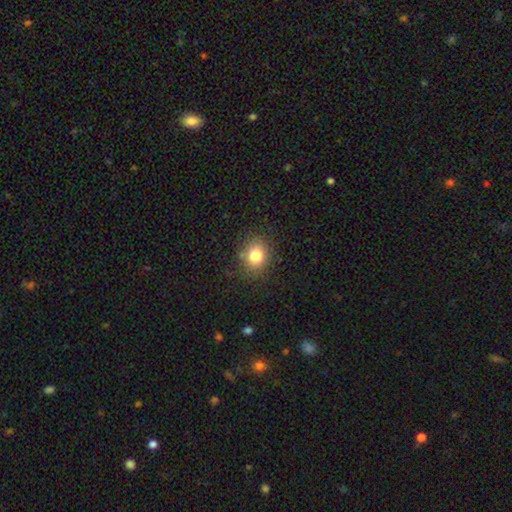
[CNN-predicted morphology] Smooth or featured? Predicted: smooth (p=0.79). How rounded? Predicted: round (p=0.66). Merging? Predicted: none (p=0.82).